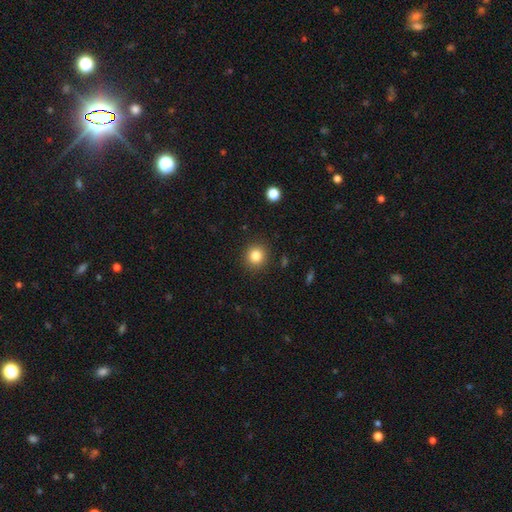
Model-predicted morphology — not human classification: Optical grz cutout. It shows a smooth galaxy with no disk features (83%) that is round (90%). Merging: none (90%).